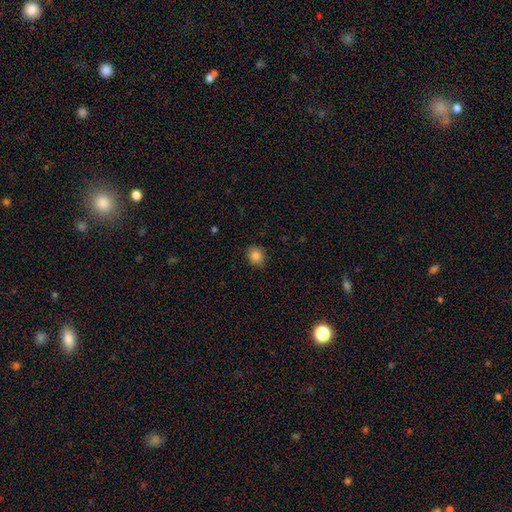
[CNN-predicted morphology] Smooth or featured? Predicted: smooth (p=0.84). How rounded? Predicted: round (p=0.76). Merging? Predicted: none (p=0.85).